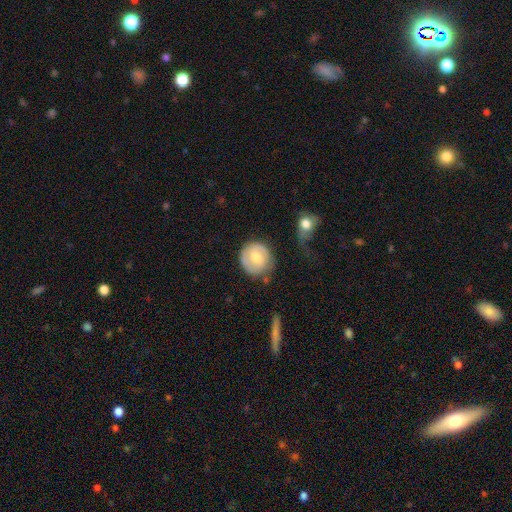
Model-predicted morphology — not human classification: Overall: smooth (55%; featured or disk 38%). How rounded: round (87%). Merging: none (68%).